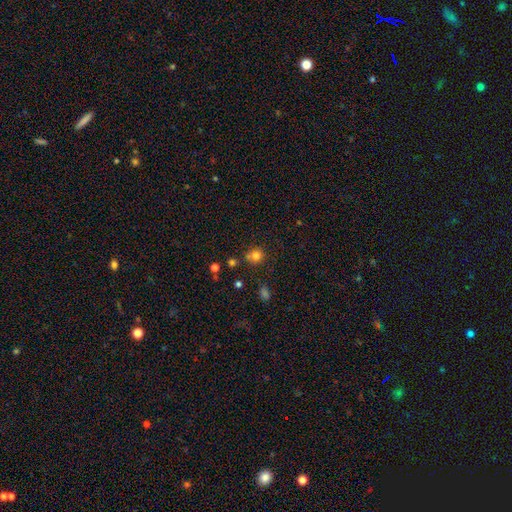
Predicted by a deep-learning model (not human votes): Smooth or featured?
  - smooth: 79% *
  - star or artifact: 14%
  - featured or disk: 7%
How rounded?
  - round: 86% *
  - in between: 13%
  - cigar-shaped: 1%
Merging?
  - none: 67% *
  - merger: 14%
  - minor disturbance: 14%
  - major disturbance: 4%